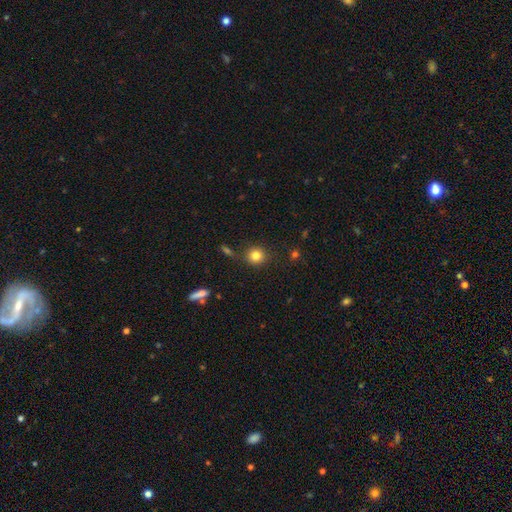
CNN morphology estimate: Smooth or featured?
  - smooth: 82% *
  - star or artifact: 11%
  - featured or disk: 7%
How rounded?
  - round: 88% *
  - in between: 11%
  - cigar-shaped: 1%
Merging?
  - none: 84% *
  - minor disturbance: 9%
  - merger: 4%
  - major disturbance: 3%